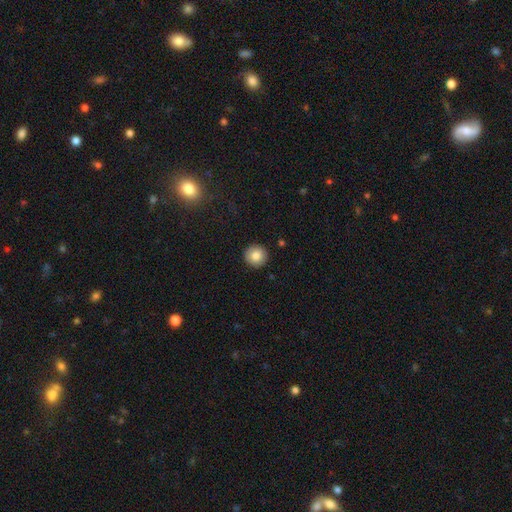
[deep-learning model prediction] Overall: smooth (83%). How rounded: round (95%). Merging: none (93%).